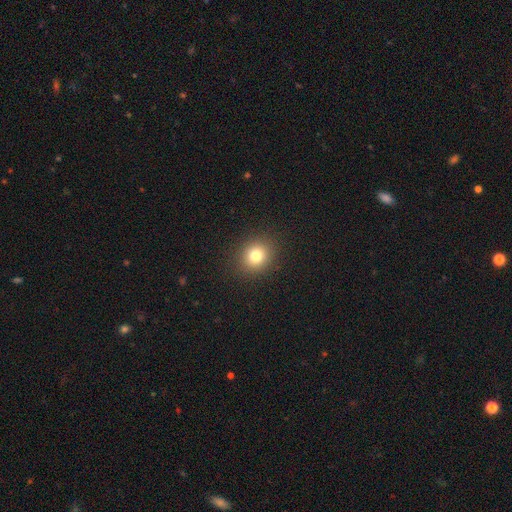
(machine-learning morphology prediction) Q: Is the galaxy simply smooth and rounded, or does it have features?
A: smooth — 79%.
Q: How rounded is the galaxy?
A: round — 72%.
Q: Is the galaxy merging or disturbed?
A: none — 90%.